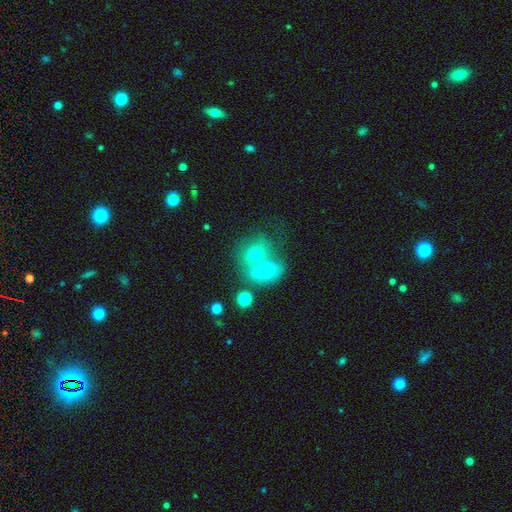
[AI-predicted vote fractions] Smooth or featured? smooth (55%)
How rounded? round (56%)
Merging? merger (50%)